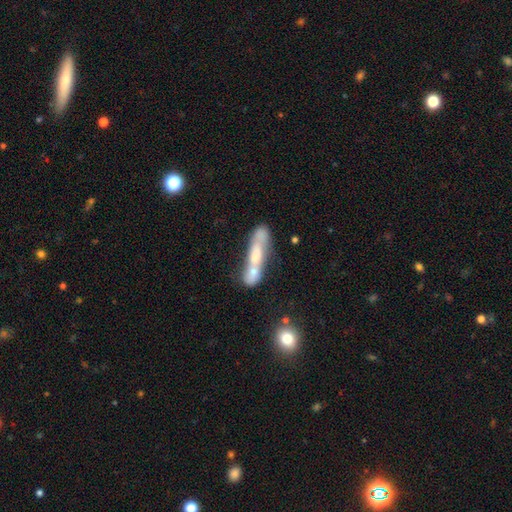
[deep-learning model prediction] Smooth or featured: featured or disk — 46% (smooth — 44%)
Merging: merger — 50% (none — 25%)